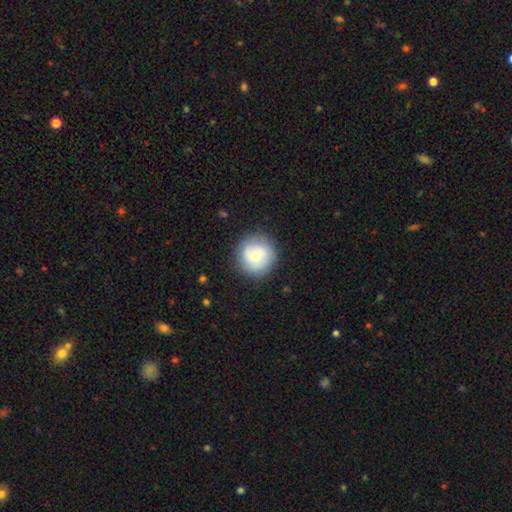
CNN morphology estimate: This is likely a smooth galaxy (67%). How rounded: clearly round (94%). Merging: clearly none (86%).